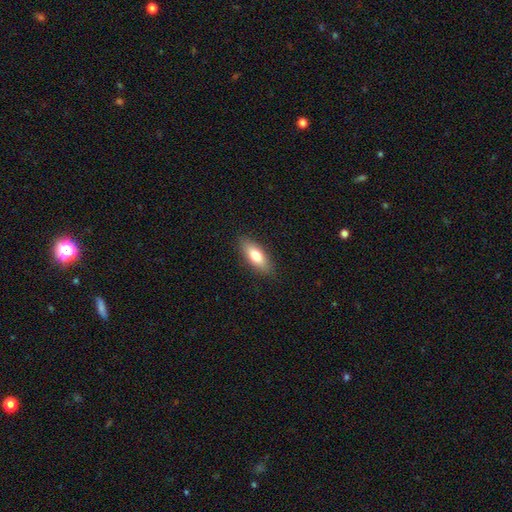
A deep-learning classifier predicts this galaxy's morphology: The model was most divided on "how rounded": in between: 70%, cigar-shaped: 27%, round: 2%. More confident: merging — none (87%); smooth or featured — smooth (76%).